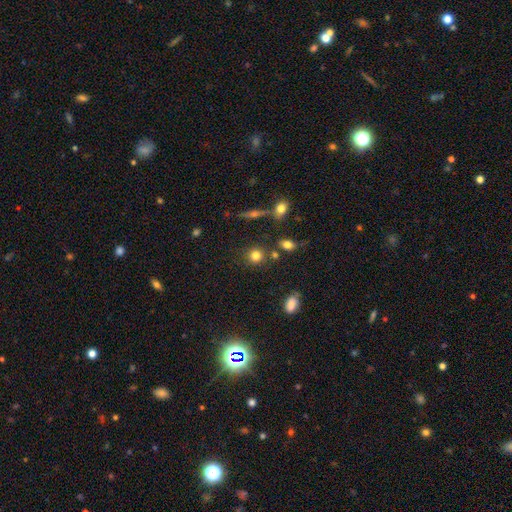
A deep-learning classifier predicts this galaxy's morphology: Smooth or featured: smooth — 79% (star or artifact — 12%)
How rounded: round — 87% (in between — 11%)
Merging: none — 80% (minor disturbance — 9%)